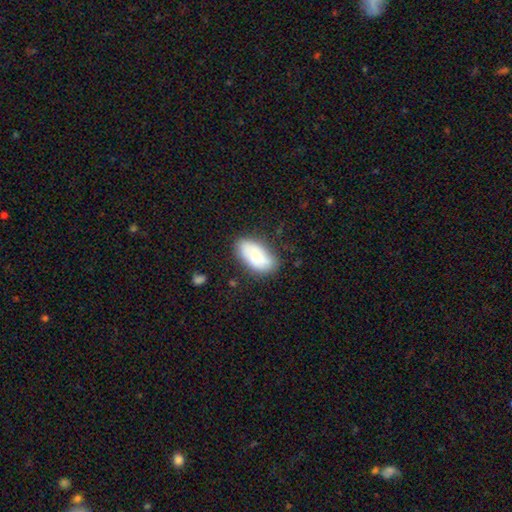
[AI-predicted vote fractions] Smooth or featured: smooth — 71% (featured or disk — 22%)
How rounded: in between — 93% (cigar-shaped — 4%)
Merging: none — 71% (minor disturbance — 20%)